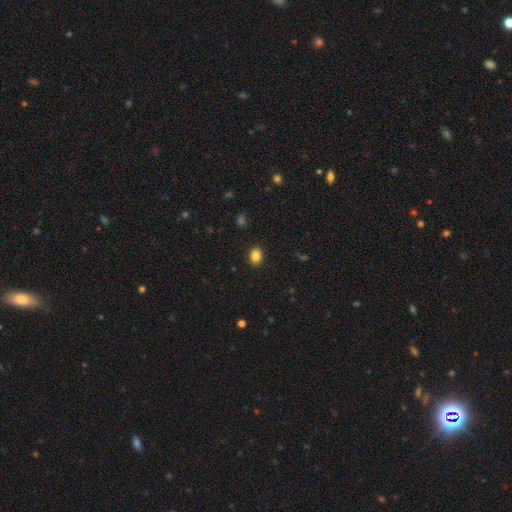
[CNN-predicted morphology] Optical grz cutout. It shows a smooth galaxy with no disk features (86%) that is in between round and cigar-shaped (61%). Merging: none (89%).